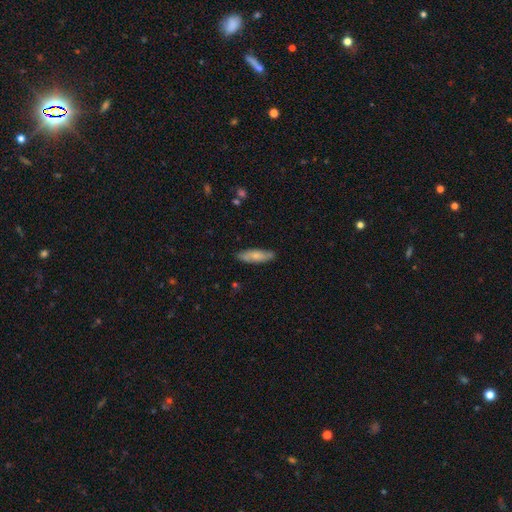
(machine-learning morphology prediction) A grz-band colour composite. It shows a smooth galaxy with no disk features (70%) that is cigar-shaped (53%). Merging: none (82%).